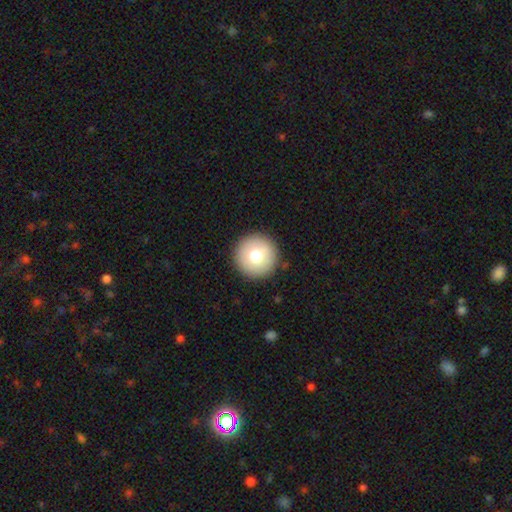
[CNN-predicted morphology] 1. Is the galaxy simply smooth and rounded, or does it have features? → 74% smooth, 16% featured or disk, 9% star or artifact.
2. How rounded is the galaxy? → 97% round, 2% in between, 1% cigar-shaped.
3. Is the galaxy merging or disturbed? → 92% none, 5% minor disturbance, 2% major disturbance, 1% merger.